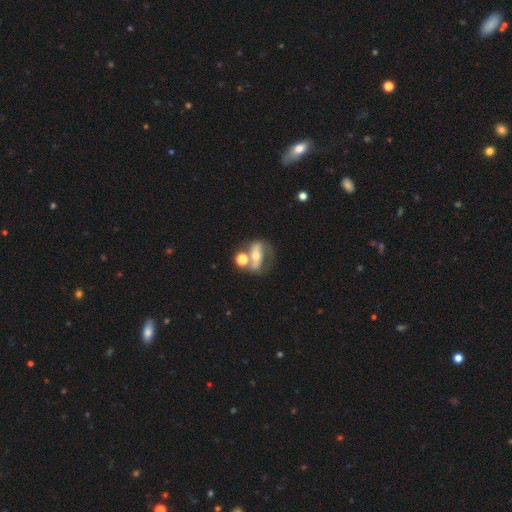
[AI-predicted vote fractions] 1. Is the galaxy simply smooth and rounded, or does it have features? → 64% featured or disk, 26% smooth, 10% star or artifact.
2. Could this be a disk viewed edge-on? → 88% no, 12% yes.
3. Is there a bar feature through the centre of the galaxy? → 46% strong, 32% no, 21% weak.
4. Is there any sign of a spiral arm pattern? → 62% yes, 38% no.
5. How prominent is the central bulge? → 58% moderate, 32% small, 7% large, 2% none, 2% dominant.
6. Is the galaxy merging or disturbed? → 46% none, 29% merger, 14% minor disturbance, 11% major disturbance.